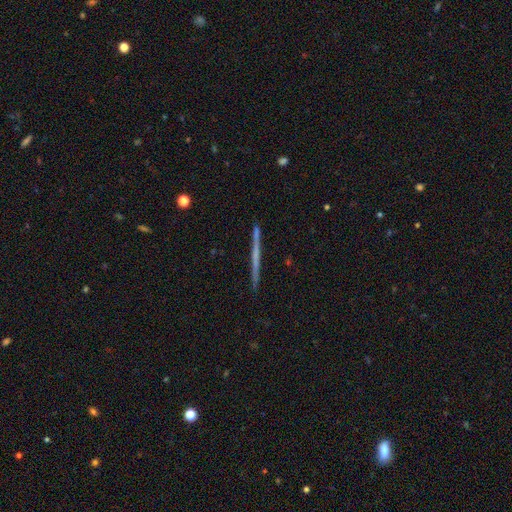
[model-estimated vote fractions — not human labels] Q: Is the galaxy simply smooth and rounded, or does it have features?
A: featured or disk — 61%.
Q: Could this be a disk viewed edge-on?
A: yes — 98%.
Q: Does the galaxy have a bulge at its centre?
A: none — 86%.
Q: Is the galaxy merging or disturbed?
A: none — 92%.